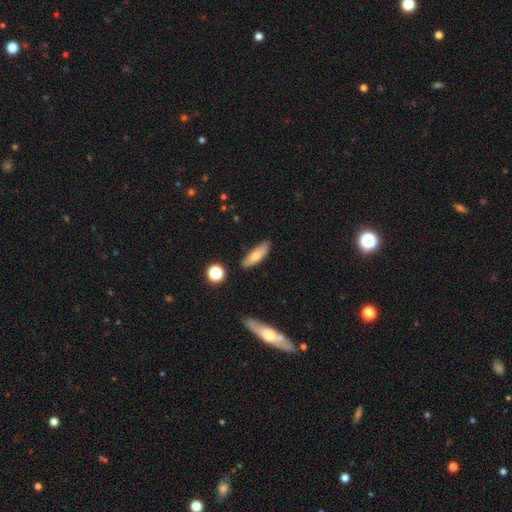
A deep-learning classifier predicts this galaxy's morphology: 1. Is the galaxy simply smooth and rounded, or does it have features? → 70% smooth, 23% featured or disk, 7% star or artifact.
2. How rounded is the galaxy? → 49% cigar-shaped, 48% in between, 3% round.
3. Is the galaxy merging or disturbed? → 82% none, 13% minor disturbance, 2% major disturbance, 2% merger.